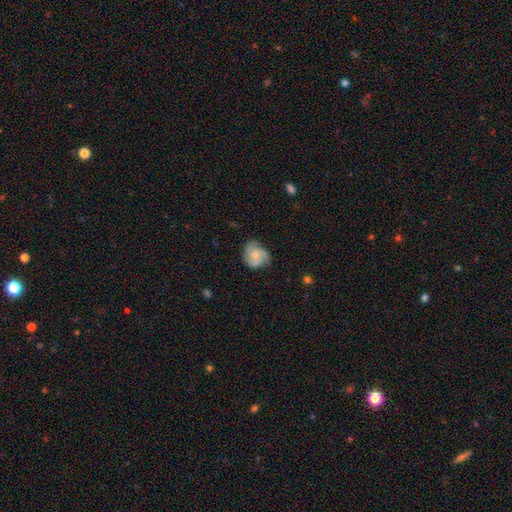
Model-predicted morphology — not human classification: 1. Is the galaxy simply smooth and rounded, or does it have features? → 67% featured or disk, 26% smooth, 7% star or artifact.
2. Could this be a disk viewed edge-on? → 98% no, 2% yes.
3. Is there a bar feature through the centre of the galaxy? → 74% no, 23% weak, 3% strong.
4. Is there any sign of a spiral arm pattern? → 94% yes, 6% no.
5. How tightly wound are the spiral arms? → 47% medium, 38% tight, 15% loose.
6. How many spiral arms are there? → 61% 3, 19% 2, 9% can't tell, 6% 4, 3% 1, 3% more than 4.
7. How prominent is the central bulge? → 50% small, 40% moderate, 7% none, 2% large, 1% dominant.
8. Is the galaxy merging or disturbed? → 66% none, 24% minor disturbance, 8% major disturbance, 2% merger.